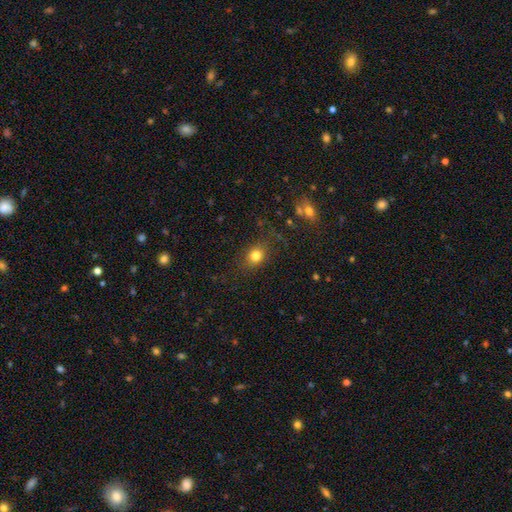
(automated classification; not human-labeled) Smooth or featured?
  - smooth: 80% *
  - star or artifact: 13%
  - featured or disk: 7%
How rounded?
  - round: 61% *
  - in between: 37%
  - cigar-shaped: 1%
Merging?
  - none: 80% *
  - minor disturbance: 12%
  - major disturbance: 6%
  - merger: 2%